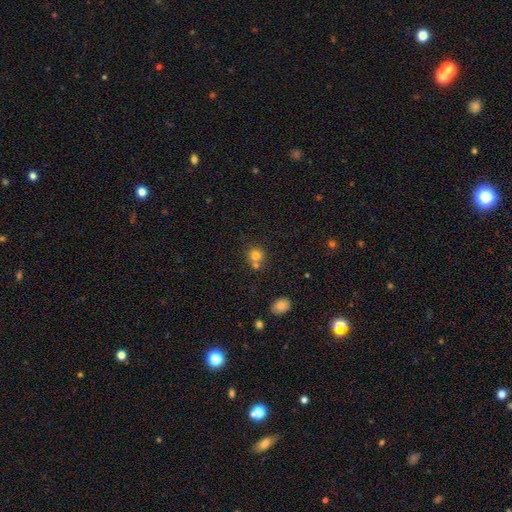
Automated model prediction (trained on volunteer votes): smooth-or-featured: smooth: 77% | star or artifact: 13% | featured or disk: 10%
  how-rounded: round: 87% | in between: 12% | cigar-shaped: 1%
  merging: none: 55% | merger: 33% | minor disturbance: 9% | major disturbance: 3%